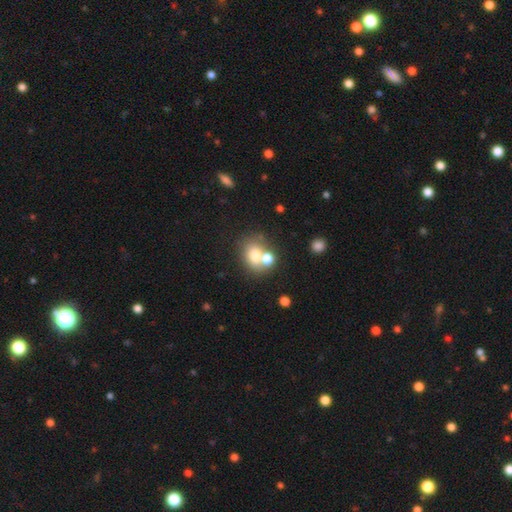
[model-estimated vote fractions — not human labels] smooth-or-featured: smooth: 71% | featured or disk: 16% | star or artifact: 13%
  how-rounded: round: 60% | in between: 39% | cigar-shaped: 1%
  merging: none: 46% | merger: 39% | minor disturbance: 10% | major disturbance: 5%